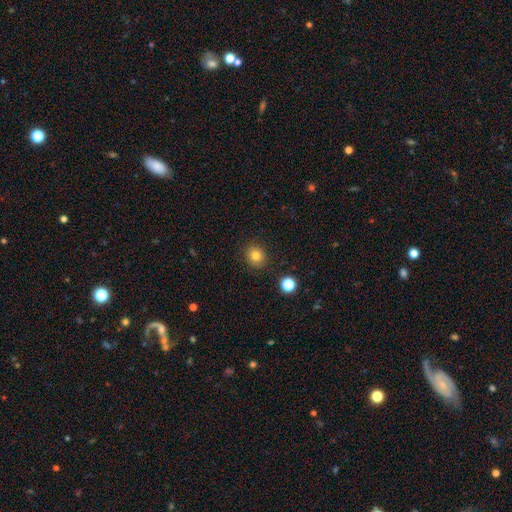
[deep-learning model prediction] Q: Smooth or featured?
A: smooth (80%); runner-up: star or artifact (13%)
Q: How rounded?
A: round (84%); runner-up: in between (15%)
Q: Merging?
A: none (90%); runner-up: minor disturbance (7%)